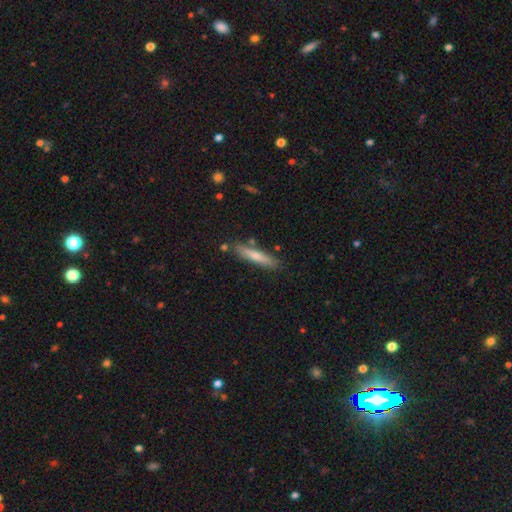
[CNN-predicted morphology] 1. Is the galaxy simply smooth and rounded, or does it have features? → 69% smooth, 26% featured or disk, 6% star or artifact.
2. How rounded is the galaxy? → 90% cigar-shaped, 9% in between, 1% round.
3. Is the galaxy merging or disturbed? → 83% none, 11% minor disturbance, 4% merger, 2% major disturbance.